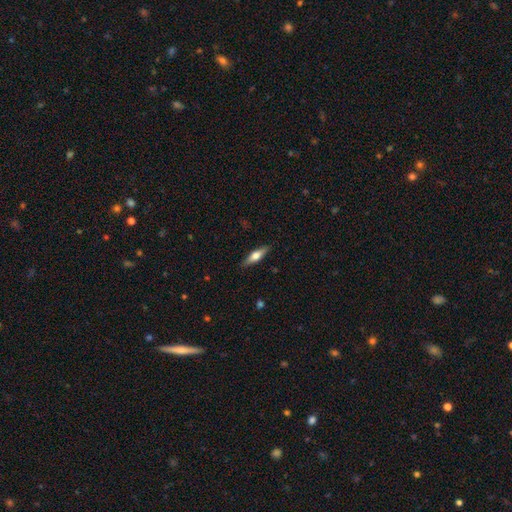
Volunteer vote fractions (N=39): smooth-or-featured: featured or disk: 51% | smooth: 46% | star or artifact: 3%
  disk-edge-on: yes: 95% | no: 5%
    edge-on-bulge: rounded: 95% | boxy: 5% | none: 0%
  merging: none: 92% | minor disturbance: 8% | major disturbance: 0% | merger: 0%